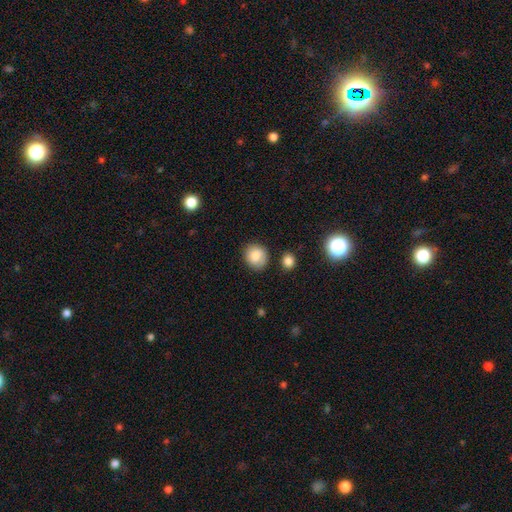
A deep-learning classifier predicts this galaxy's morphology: Q: Smooth or featured?
A: smooth (84%); runner-up: star or artifact (9%)
Q: How rounded?
A: round (79%); runner-up: in between (20%)
Q: Merging?
A: none (78%); runner-up: minor disturbance (16%)